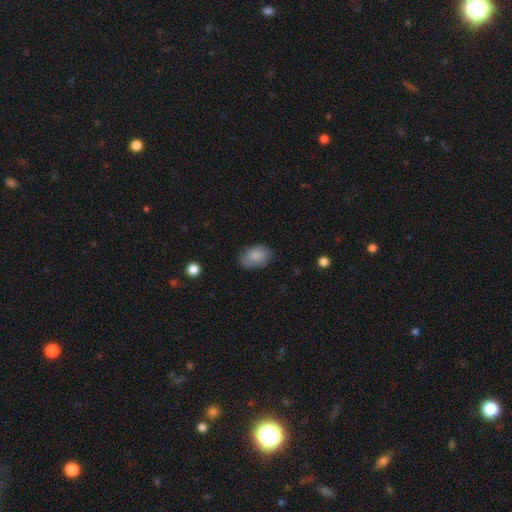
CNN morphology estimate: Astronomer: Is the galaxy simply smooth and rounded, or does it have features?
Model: smooth — 84%.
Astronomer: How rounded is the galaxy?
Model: in between — 87%.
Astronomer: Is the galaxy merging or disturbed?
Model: none — 77%.